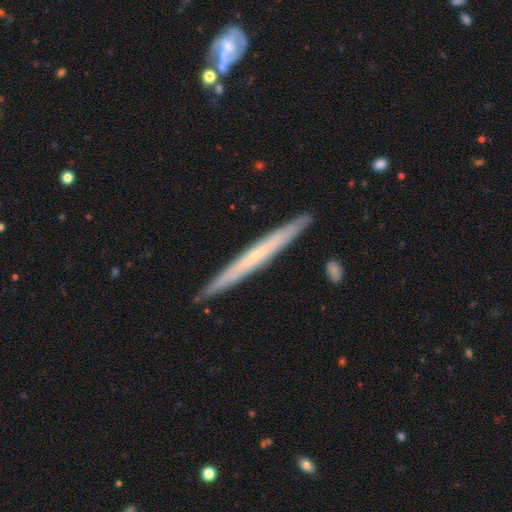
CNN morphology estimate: Q: Smooth or featured?
A: featured or disk (53%); runner-up: smooth (41%)
Q: Edge-on disk?
A: yes (95%); runner-up: no (5%)
Q: Edge-on bulge?
A: none (80%); runner-up: rounded (16%)
Q: Merging?
A: none (91%); runner-up: minor disturbance (7%)